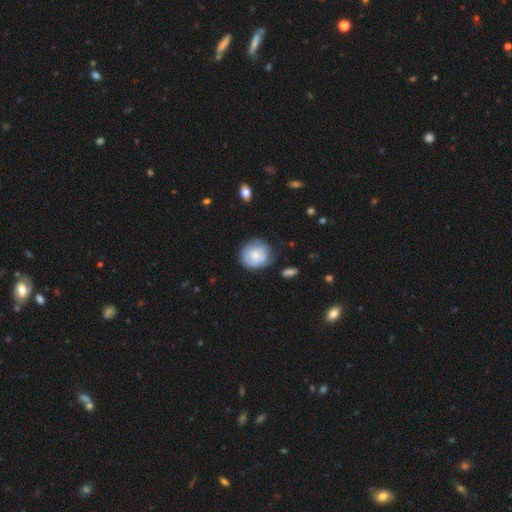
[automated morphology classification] smooth-or-featured: smooth: 70% | featured or disk: 23% | star or artifact: 7%
  how-rounded: round: 83% | in between: 16% | cigar-shaped: 1%
  merging: none: 70% | minor disturbance: 20% | major disturbance: 6% | merger: 3%